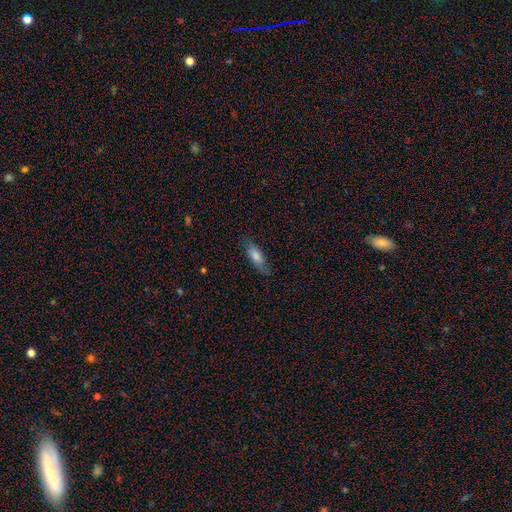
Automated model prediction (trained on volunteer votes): smooth 70%, featured or disk 23%, star or artifact 7%. Down the decision tree: how rounded — in between (55%); merging — none (77%).